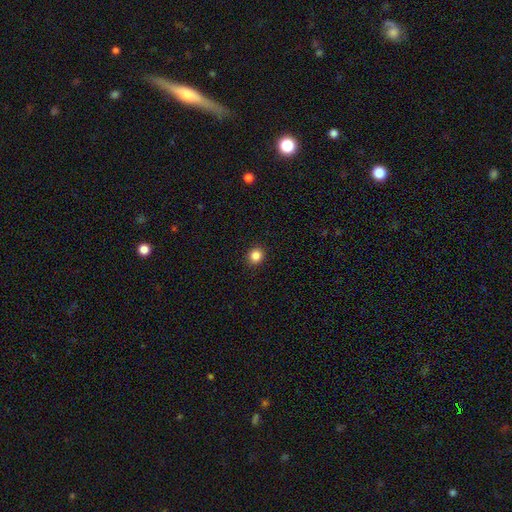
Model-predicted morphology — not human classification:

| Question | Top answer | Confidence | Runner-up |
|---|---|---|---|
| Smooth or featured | smooth | 86% | star or artifact (11%) |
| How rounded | round | 84% | in between (15%) |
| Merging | none | 93% | minor disturbance (5%) |